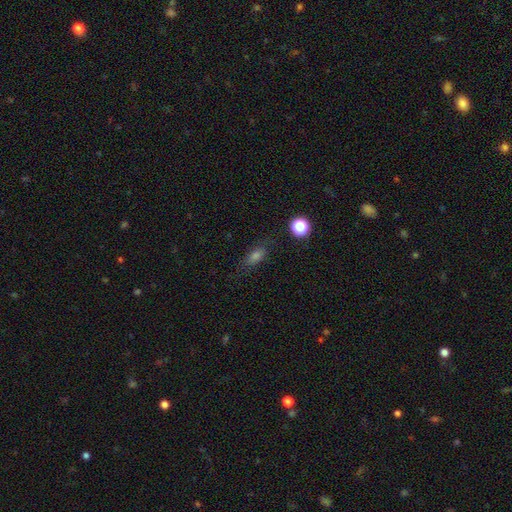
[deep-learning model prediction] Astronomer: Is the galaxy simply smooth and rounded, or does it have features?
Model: smooth — 65%.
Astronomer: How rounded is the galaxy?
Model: in between — 66%.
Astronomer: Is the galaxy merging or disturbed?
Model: none — 77%.